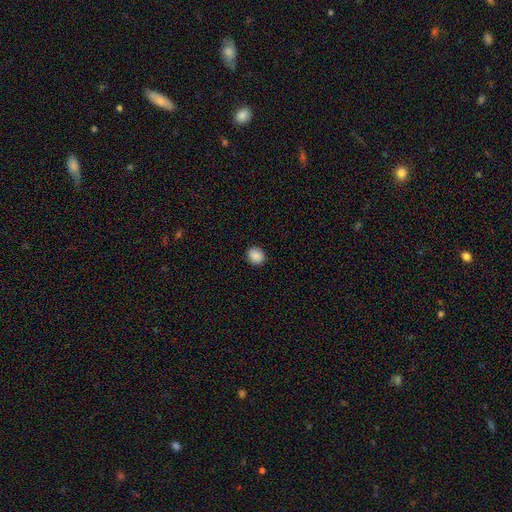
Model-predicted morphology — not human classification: smooth 88%, star or artifact 9%, featured or disk 3%. Down the decision tree: how rounded — round (75%); merging — none (90%).